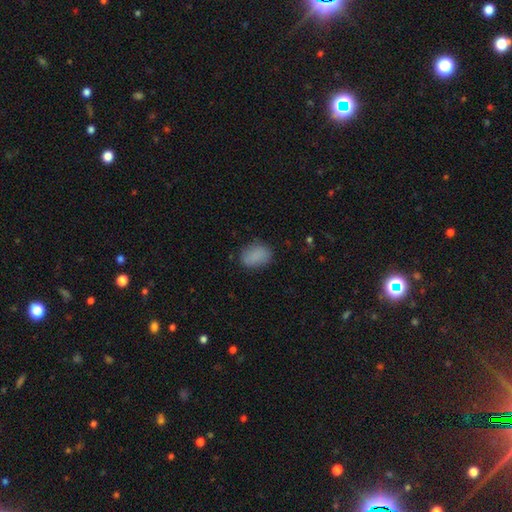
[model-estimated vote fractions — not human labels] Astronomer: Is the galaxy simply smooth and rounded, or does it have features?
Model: smooth — 86%.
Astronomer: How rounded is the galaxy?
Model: in between — 73%.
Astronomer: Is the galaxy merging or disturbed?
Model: none — 80%.